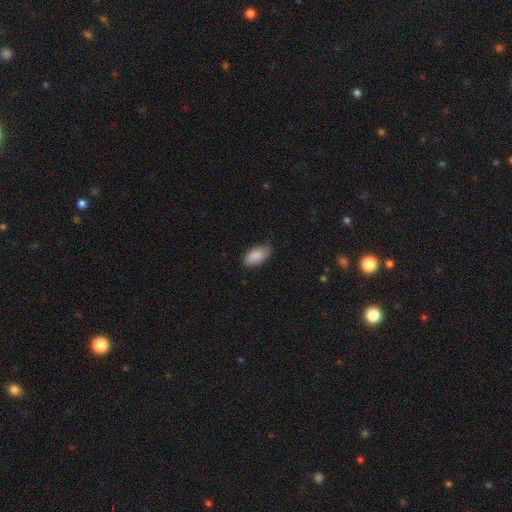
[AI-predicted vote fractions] Smooth or featured? Predicted: smooth (p=0.86). How rounded? Predicted: in between (p=0.93). Merging? Predicted: none (p=0.69).